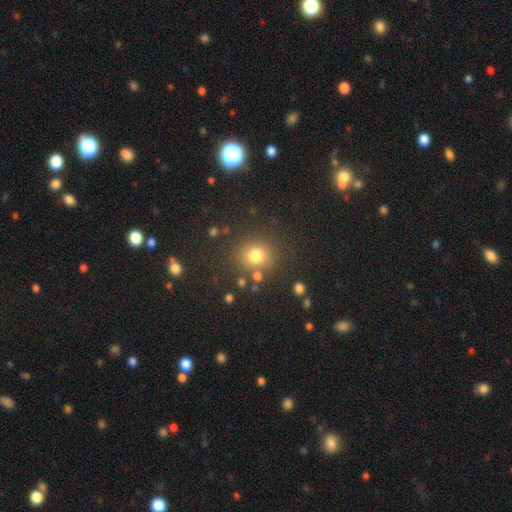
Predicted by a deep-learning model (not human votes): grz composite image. It shows a smooth galaxy with no disk features (77%) that is round (83%). Merging: none (80%).